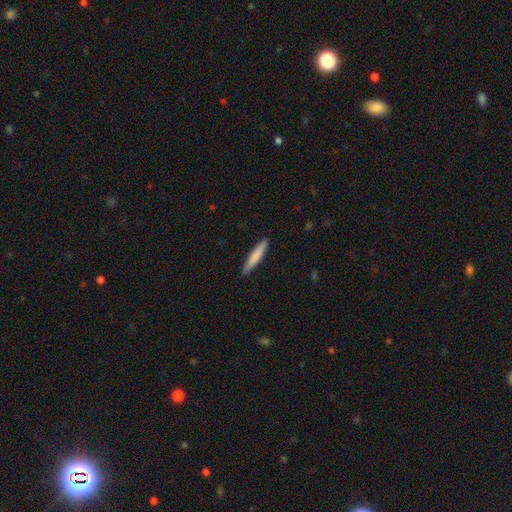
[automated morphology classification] A smooth galaxy with no disk features (80%) that is cigar-shaped (91%).

Vote fractions:
- Smooth or featured? smooth: 80% / featured or disk: 15% / star or artifact: 5%
- How rounded? cigar-shaped: 91% / in between: 8% / round: 1%
- Merging? none: 91% / minor disturbance: 7% / major disturbance: 1% / merger: 1%